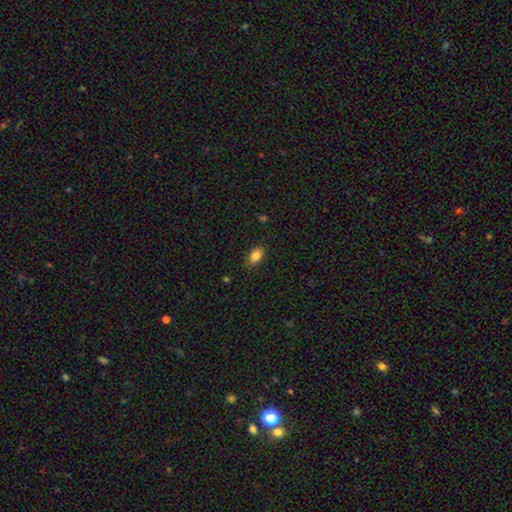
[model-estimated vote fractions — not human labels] smooth-or-featured: smooth: 85% | star or artifact: 9% | featured or disk: 6%
  how-rounded: in between: 88% | round: 9% | cigar-shaped: 3%
  merging: none: 83% | minor disturbance: 13% | major disturbance: 3% | merger: 1%